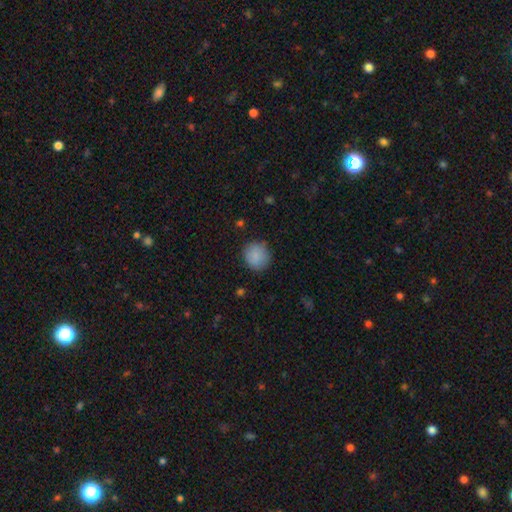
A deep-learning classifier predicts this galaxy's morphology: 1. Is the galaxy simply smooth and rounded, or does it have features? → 88% smooth, 8% star or artifact, 4% featured or disk.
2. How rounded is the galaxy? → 86% round, 13% in between, 1% cigar-shaped.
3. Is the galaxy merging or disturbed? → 83% none, 12% minor disturbance, 3% major disturbance, 1% merger.